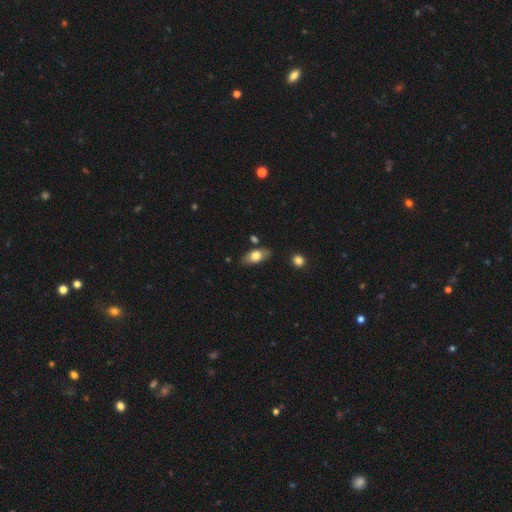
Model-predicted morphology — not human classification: A smooth galaxy with no disk features (73%) that is in between round and cigar-shaped (88%). Merging: none (80%).